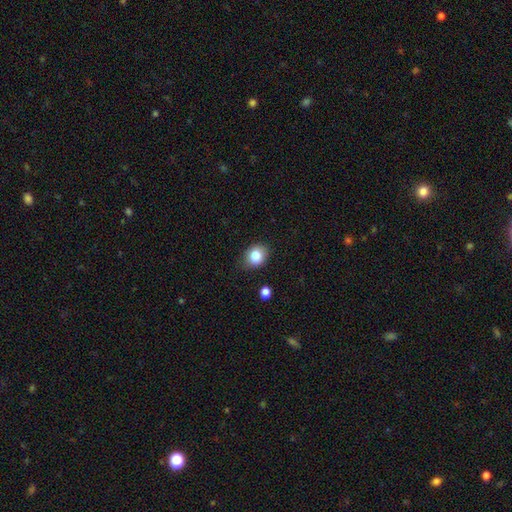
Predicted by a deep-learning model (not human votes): This is clearly a smooth galaxy (84%). How rounded: possibly round (55%). Merging: clearly none (81%).